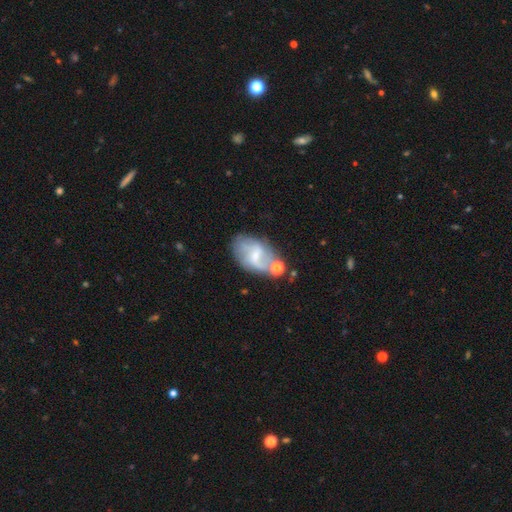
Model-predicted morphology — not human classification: This appears to be a featured or disk galaxy (62%) with a weak bar (54%), spiral arms (77%) and a small central bulge (52%). Merging: none (50%).